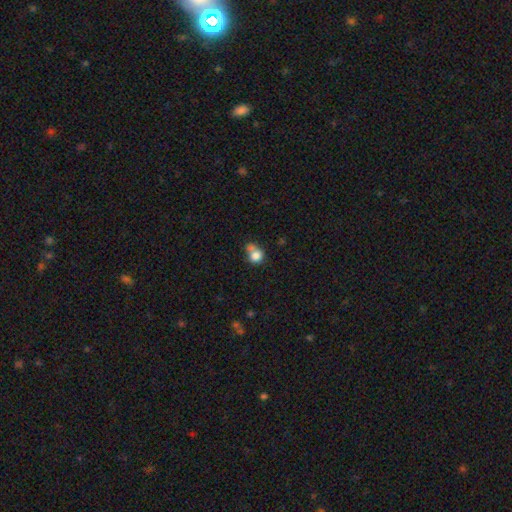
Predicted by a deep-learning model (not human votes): Q: Smooth or featured?
A: smooth (79%); runner-up: featured or disk (11%)
Q: How rounded?
A: round (74%); runner-up: in between (25%)
Q: Merging?
A: merger (39%); runner-up: none (37%)